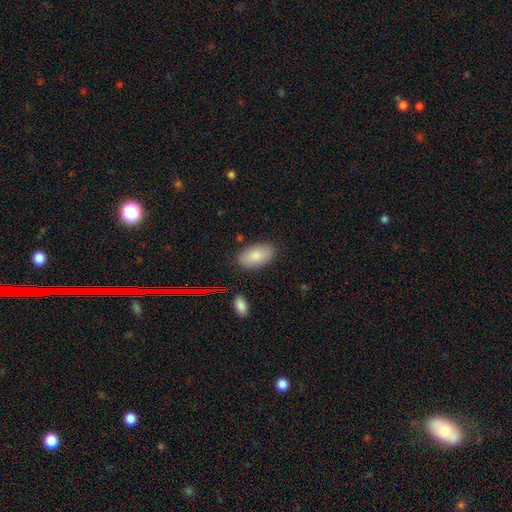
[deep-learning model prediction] The model was most divided on "merging": none: 84%, minor disturbance: 11%, major disturbance: 3%, merger: 2%. More confident: how rounded — in between (95%); smooth or featured — smooth (84%).